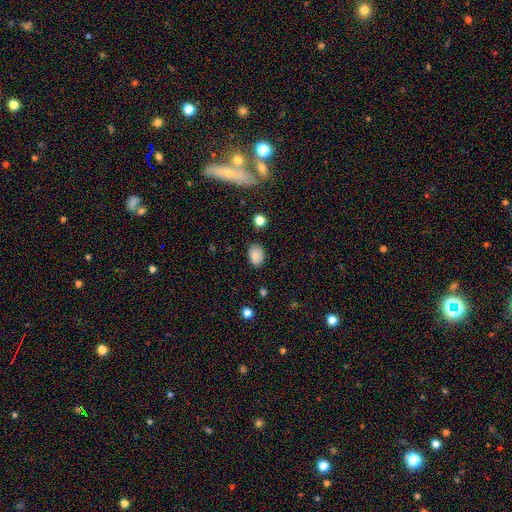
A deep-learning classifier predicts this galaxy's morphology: Smooth or featured? smooth (82%)
How rounded? in between (76%)
Merging? none (74%)